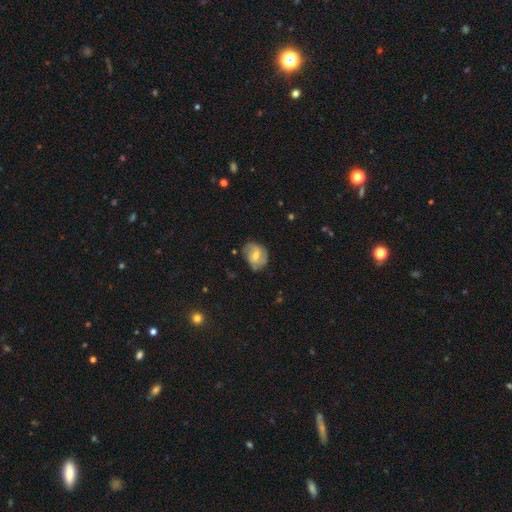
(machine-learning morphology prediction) Smooth or featured: smooth — 49% (featured or disk — 43%)
Merging: none — 62% (minor disturbance — 28%)